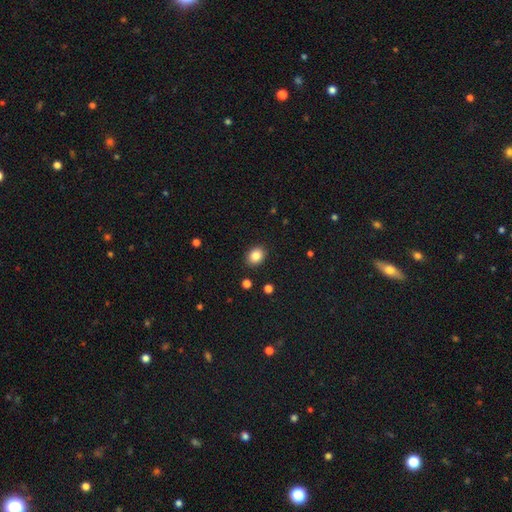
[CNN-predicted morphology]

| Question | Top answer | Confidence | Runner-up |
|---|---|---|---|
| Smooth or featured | smooth | 85% | star or artifact (10%) |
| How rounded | in between | 54% | round (45%) |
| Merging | none | 89% | minor disturbance (8%) |